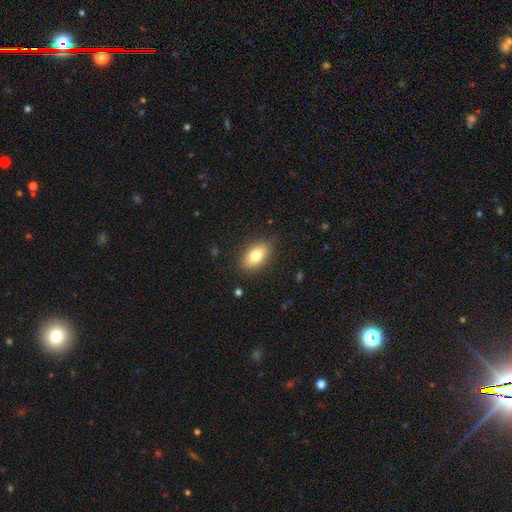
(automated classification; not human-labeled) Morphology: type=smooth (78%); roundness=in between (88%); merging=none (85%).